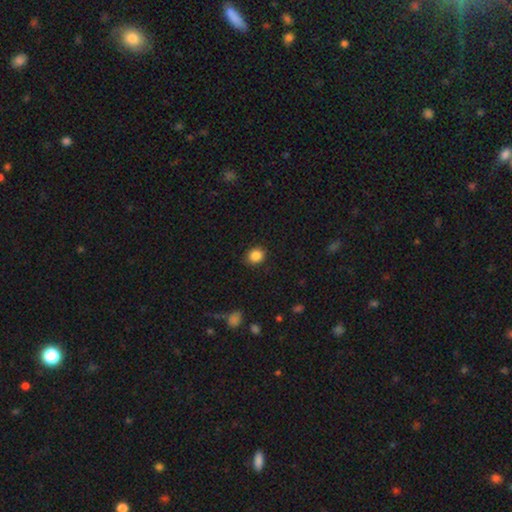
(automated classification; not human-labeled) This is clearly a smooth galaxy (86%). How rounded: likely round (72%). Merging: clearly none (88%).